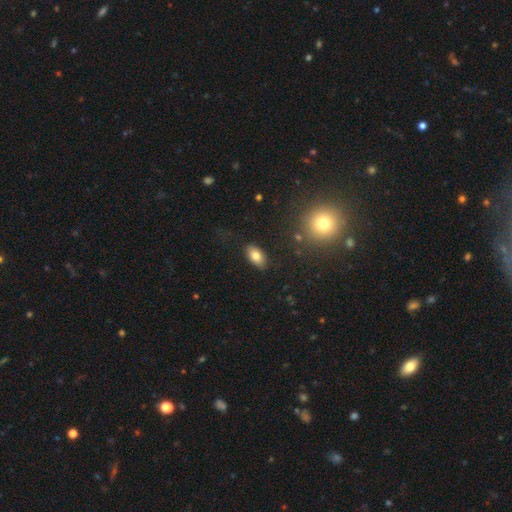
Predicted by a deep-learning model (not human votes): smooth-or-featured: smooth: 79% | featured or disk: 12% | star or artifact: 9%
  how-rounded: in between: 91% | round: 6% | cigar-shaped: 3%
  merging: none: 86% | minor disturbance: 10% | major disturbance: 3% | merger: 2%